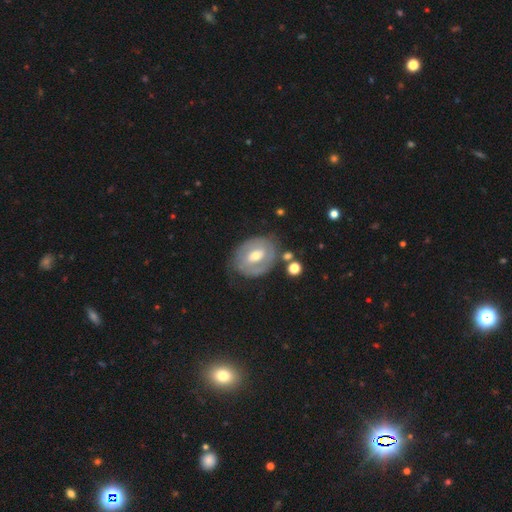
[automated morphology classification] A featured or disk galaxy (74%) with a weak bar (47%), spiral arms (69%) and a moderate central bulge (68%).

Vote fractions:
- Smooth or featured? featured or disk: 74% / smooth: 20% / star or artifact: 6%
- Edge-on disk? no: 96% / yes: 4%
- Bar? weak: 47% / strong: 27% / no: 26%
- Spiral arms? yes: 69% / no: 31%
- Bulge size? moderate: 68% / small: 26% / large: 4% / none: 1% / dominant: 1%
- Merging? none: 71% / minor disturbance: 18% / major disturbance: 7% / merger: 3%